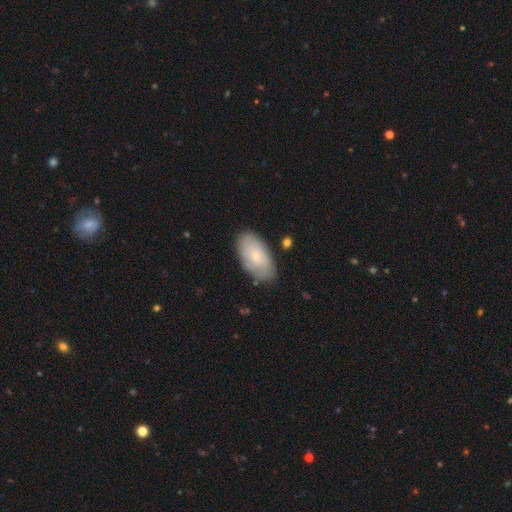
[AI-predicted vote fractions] A smooth galaxy with no disk features (64%) that is in between round and cigar-shaped (94%). Merging: none (78%).